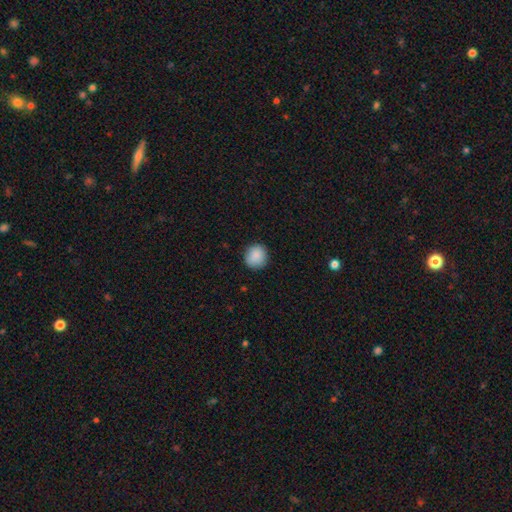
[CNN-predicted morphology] This appears to be a smooth galaxy with no disk features (89%) that is round (90%). Merging: none (88%).